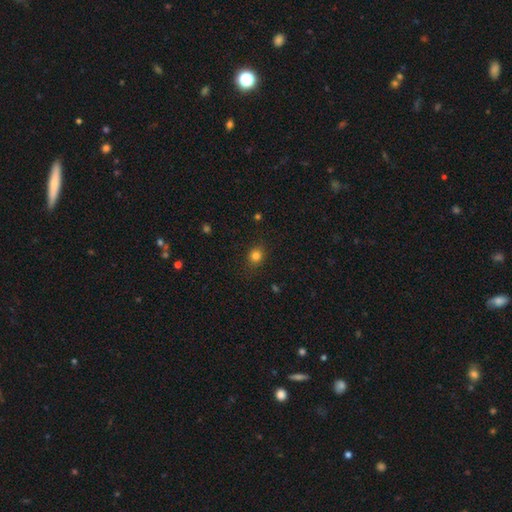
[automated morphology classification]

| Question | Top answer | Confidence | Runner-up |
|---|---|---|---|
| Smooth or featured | smooth | 82% | star or artifact (13%) |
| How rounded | round | 72% | in between (27%) |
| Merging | none | 86% | minor disturbance (10%) |